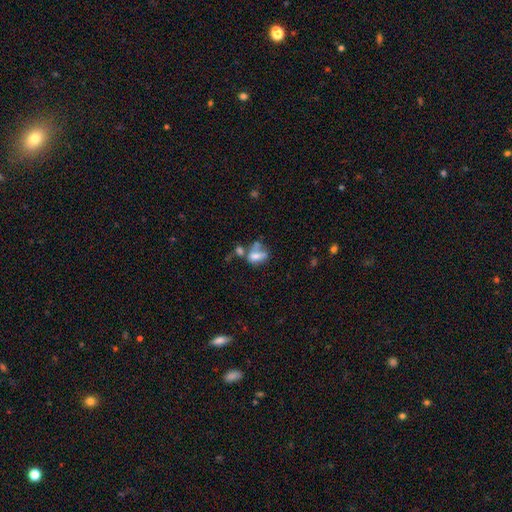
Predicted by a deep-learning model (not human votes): A smooth galaxy with no disk features (58%) that is in between round and cigar-shaped (76%). Merging: merger (41%).